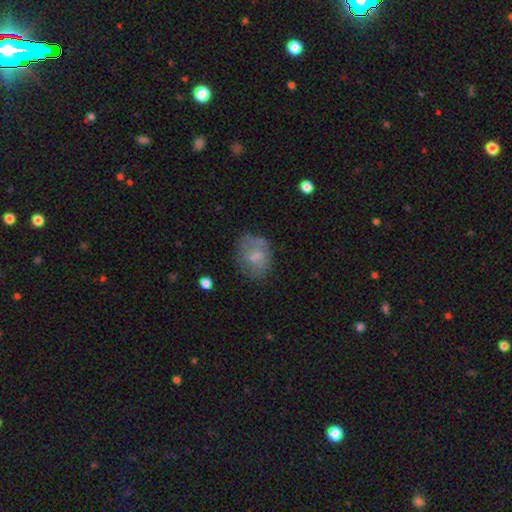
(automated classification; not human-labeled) Smooth or featured?
  - smooth: 60% *
  - featured or disk: 31%
  - star or artifact: 9%
How rounded?
  - in between: 54% *
  - round: 45%
  - cigar-shaped: 1%
Merging?
  - none: 56% *
  - minor disturbance: 25%
  - major disturbance: 15%
  - merger: 3%